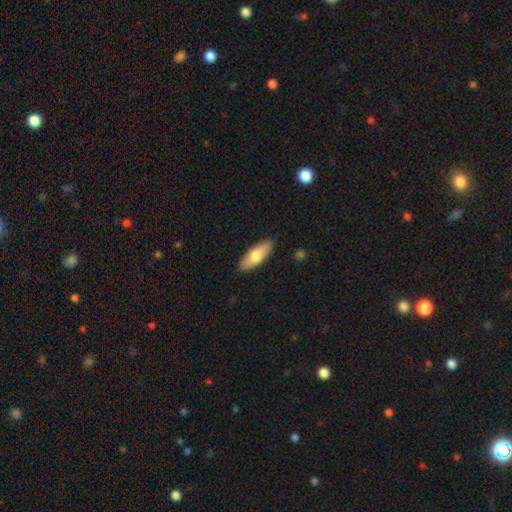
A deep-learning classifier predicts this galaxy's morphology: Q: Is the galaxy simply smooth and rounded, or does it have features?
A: smooth — 72%.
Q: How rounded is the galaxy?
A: in between — 69%.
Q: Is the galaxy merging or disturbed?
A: none — 88%.